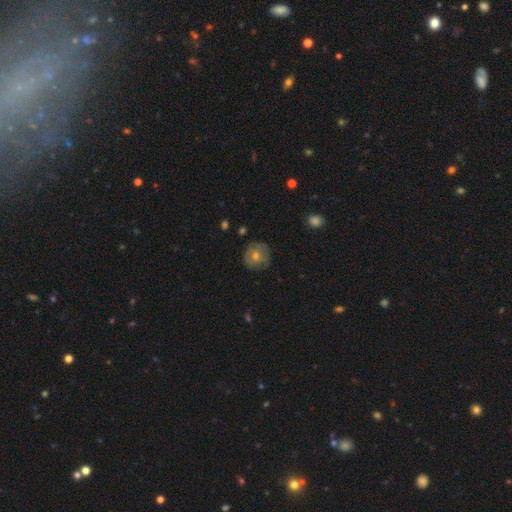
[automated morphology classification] Overall: smooth (56%; featured or disk 33%). How rounded: round (90%). Merging: none (81%).